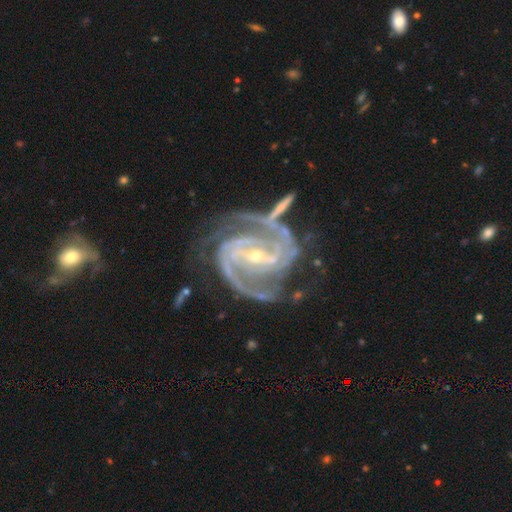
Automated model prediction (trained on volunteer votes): Overall: featured or disk (94%). Edge-on disk: no (98%). Bar: strong (46%; weak 36%). Spiral arms: yes (99%). Spiral arm count: 2 (62%). Spiral winding: tight (51%; medium 43%). Bulge size: small (73%). Merging: none (55%; minor disturbance 19%).